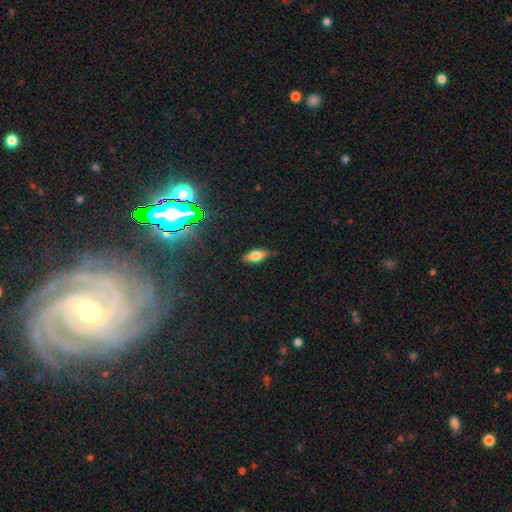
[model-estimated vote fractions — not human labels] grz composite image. It shows a smooth galaxy with no disk features (70%) that is in between round and cigar-shaped (77%). Merging: none (82%).